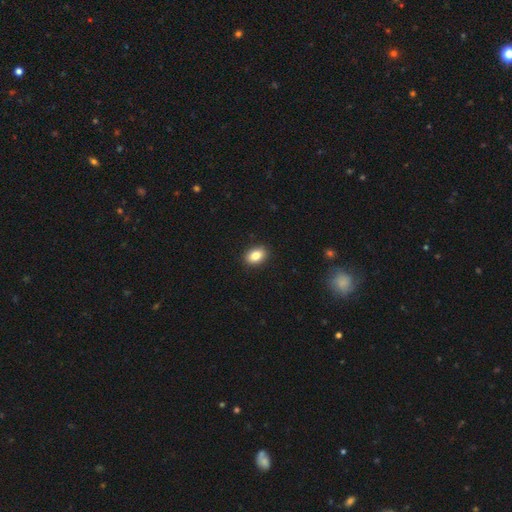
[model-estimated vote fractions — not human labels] Smooth or featured? Predicted: smooth (p=0.84). How rounded? Predicted: in between (p=0.78). Merging? Predicted: none (p=0.90).